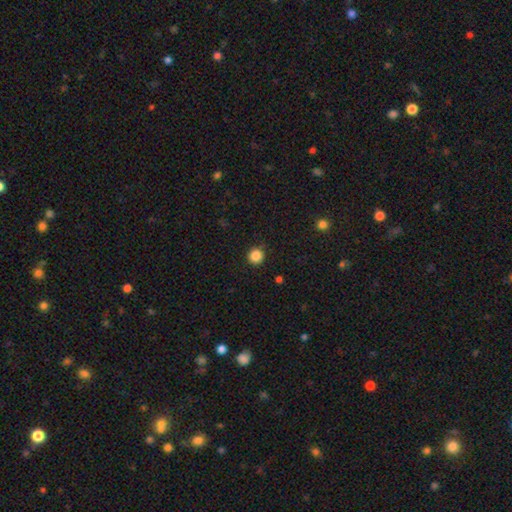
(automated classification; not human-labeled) smooth_or_featured: smooth (p=0.87) [alt: star or artifact p=0.11]
how_rounded: round (p=0.94) [alt: in between p=0.05]
merging: none (p=0.90) [alt: minor disturbance p=0.07]